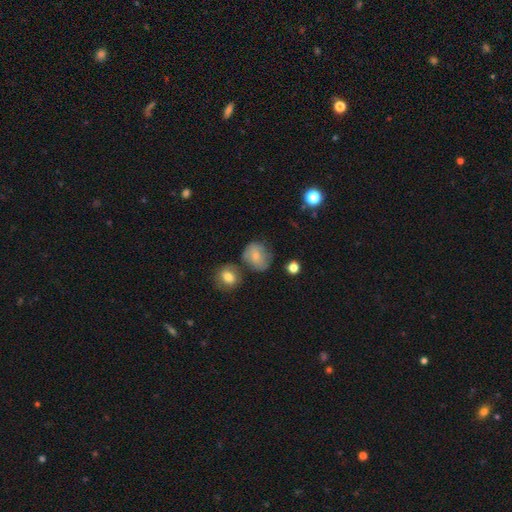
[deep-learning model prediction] A smooth galaxy with no disk features (66%) that is round (66%). Merging: none (54%).